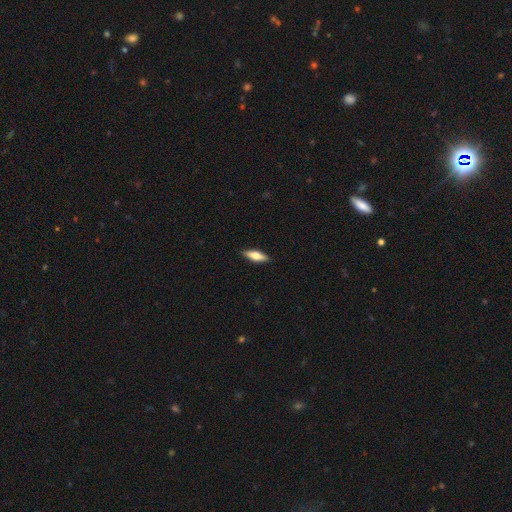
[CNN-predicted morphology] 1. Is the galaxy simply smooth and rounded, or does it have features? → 62% smooth, 32% featured or disk, 6% star or artifact.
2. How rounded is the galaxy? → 51% in between, 46% cigar-shaped, 2% round.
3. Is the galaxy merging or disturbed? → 90% none, 8% minor disturbance, 2% major disturbance, 1% merger.